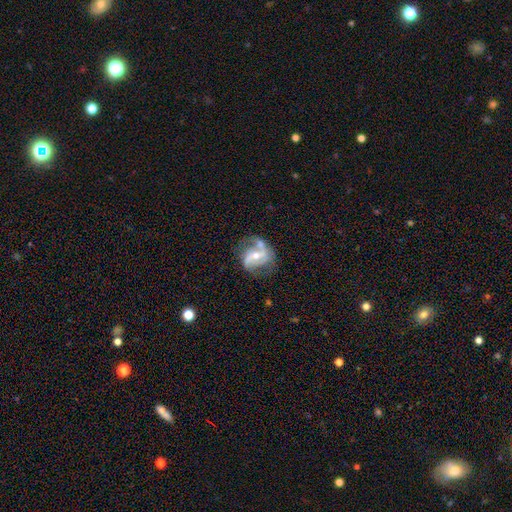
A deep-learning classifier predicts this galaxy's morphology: This is likely a featured or disk galaxy (80%). It is clearly not viewed edge-on (97%). Bar: marginally weak (40%). Spiral arm pattern: clearly yes (89%). Spiral arm count: clearly 2 (82%). Spiral winding: marginally medium (44%). Central bulge: possibly moderate (57%). Merging: possibly none (51%).